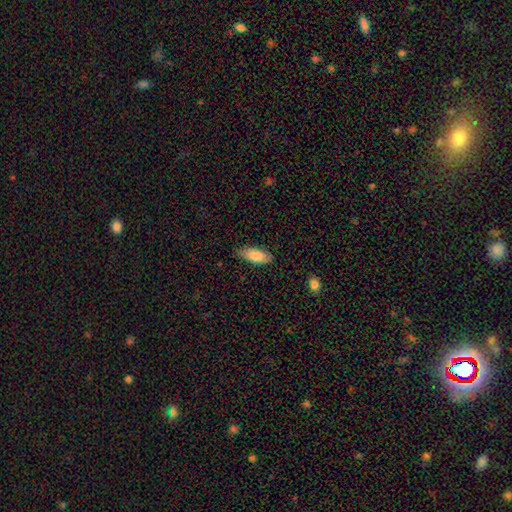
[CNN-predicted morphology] smooth 86%, featured or disk 8%, star or artifact 6%. Down the decision tree: how rounded — in between (84%); merging — none (79%).